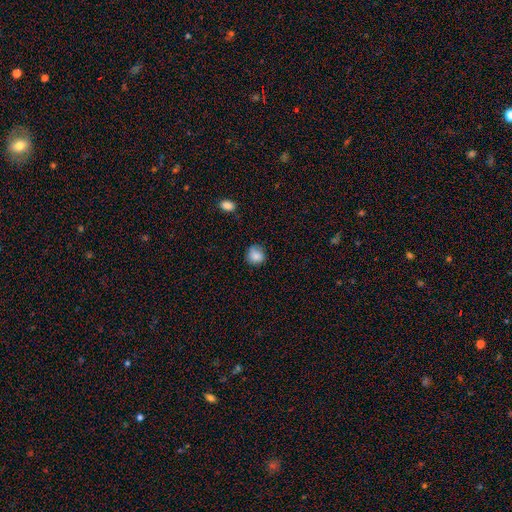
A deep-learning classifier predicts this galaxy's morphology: type=smooth (86%); roundness=round (81%); merging=none (71%).